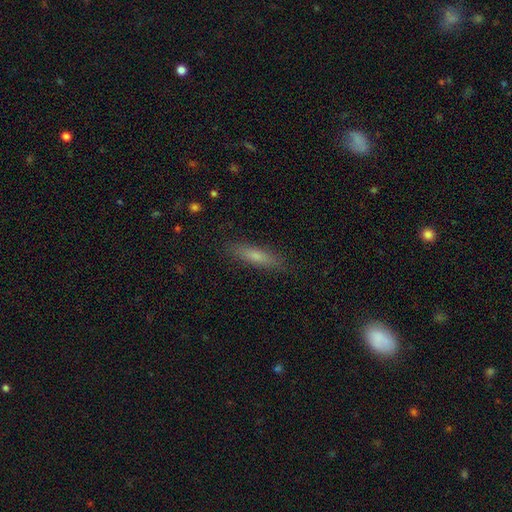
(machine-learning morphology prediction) smooth 64%, featured or disk 28%, star or artifact 9%. Down the decision tree: how rounded — cigar-shaped (81%); merging — none (88%).